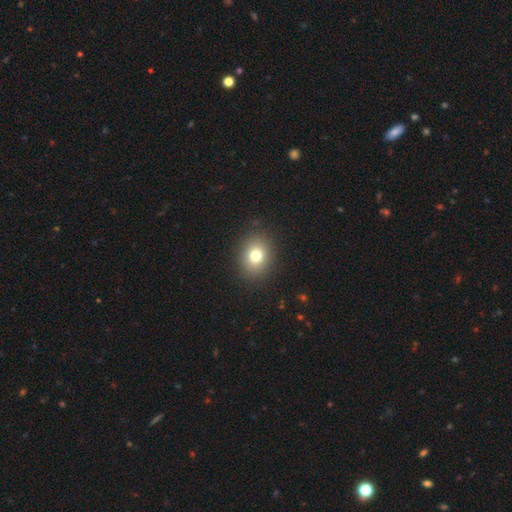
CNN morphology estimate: This is likely a smooth galaxy (77%). How rounded: possibly round (56%). Merging: clearly none (89%).